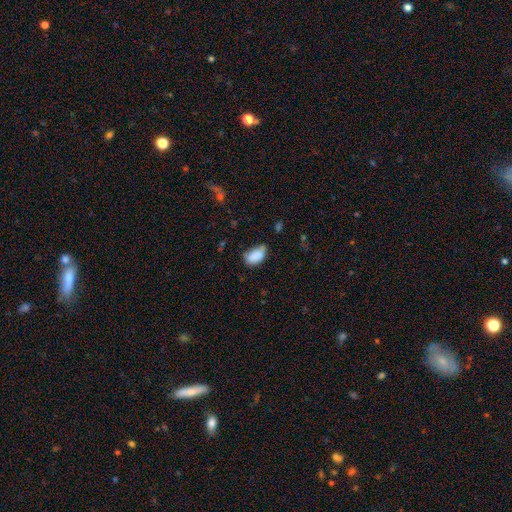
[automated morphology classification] smooth 85%, star or artifact 8%, featured or disk 7%. Down the decision tree: how rounded — in between (91%); merging — none (48%).